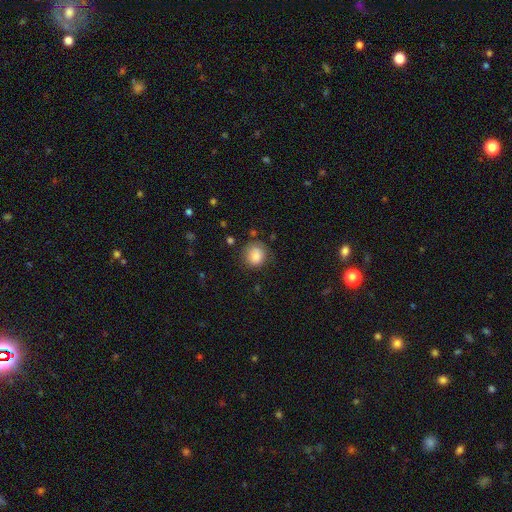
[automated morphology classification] The model was most divided on "merging": none: 75%, minor disturbance: 17%, major disturbance: 6%, merger: 2%. More confident: smooth or featured — smooth (85%); how rounded — round (83%).